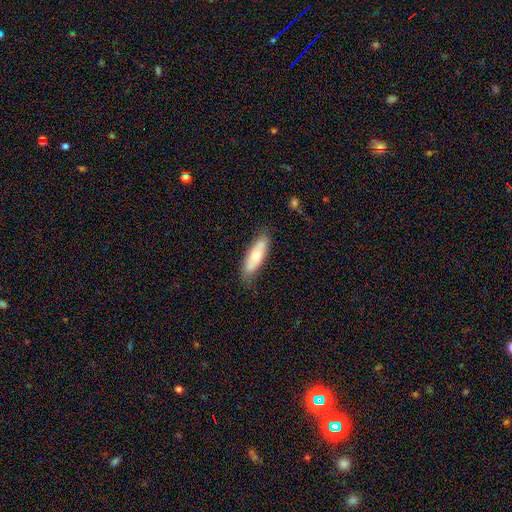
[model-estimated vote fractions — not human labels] A smooth galaxy with no disk features (61%) that is in between round and cigar-shaped (58%). Merging: none (76%).